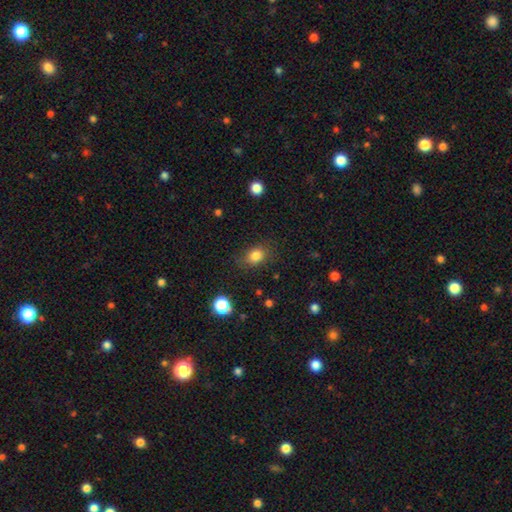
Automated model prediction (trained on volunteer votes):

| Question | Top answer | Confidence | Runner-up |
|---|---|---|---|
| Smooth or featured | smooth | 82% | star or artifact (11%) |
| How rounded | in between | 56% | round (43%) |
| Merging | none | 78% | minor disturbance (15%) |